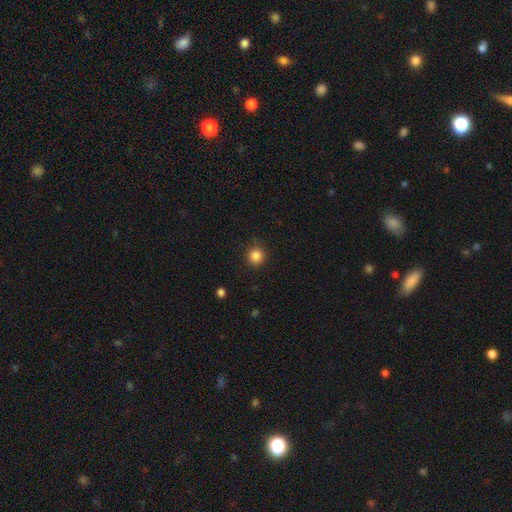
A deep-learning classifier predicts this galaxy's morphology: Smooth or featured? smooth (86%)
How rounded? round (93%)
Merging? none (90%)